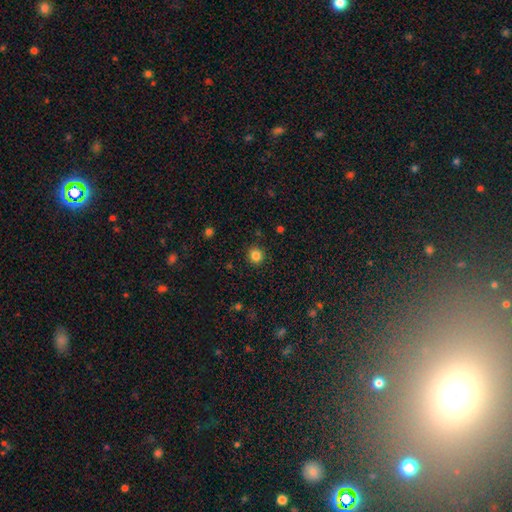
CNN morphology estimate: The model was most divided on "smooth or featured": smooth: 84%, star or artifact: 12%, featured or disk: 4%. More confident: how rounded — round (93%); merging — none (90%).